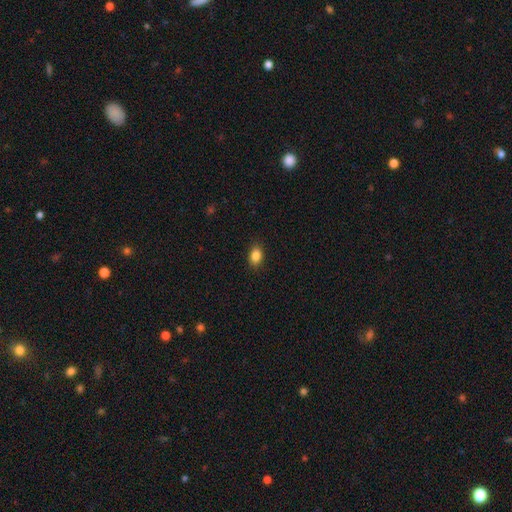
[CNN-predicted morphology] A smooth galaxy with no disk features (86%) that is in between round and cigar-shaped (78%). Merging: none (88%).